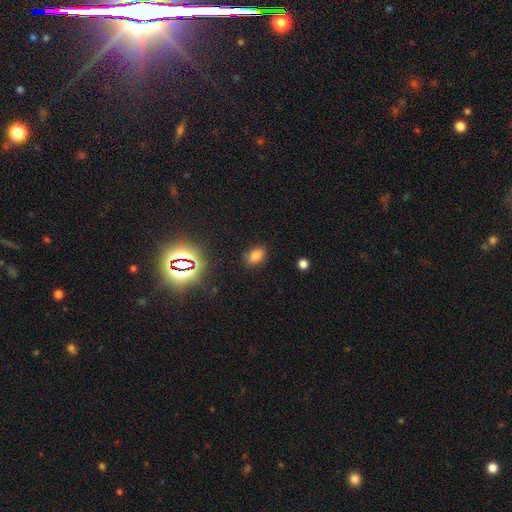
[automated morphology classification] A smooth galaxy with no disk features (78%) that is in between round and cigar-shaped (79%).

Vote fractions:
- Smooth or featured? smooth: 78% / star or artifact: 16% / featured or disk: 6%
- How rounded? in between: 79% / round: 19% / cigar-shaped: 2%
- Merging? none: 82% / minor disturbance: 13% / major disturbance: 3% / merger: 2%